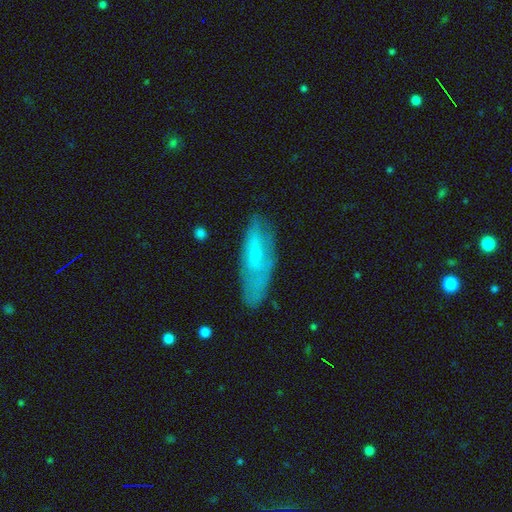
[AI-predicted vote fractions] Smooth or featured: smooth — 54% (featured or disk — 39%)
How rounded: in between — 54% (cigar-shaped — 44%)
Merging: none — 65% (minor disturbance — 24%)